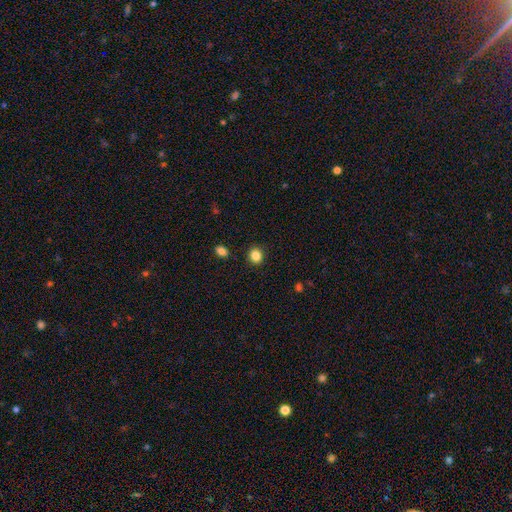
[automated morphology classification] Smooth or featured? Predicted: smooth (p=0.85). How rounded? Predicted: round (p=0.76). Merging? Predicted: none (p=0.90).